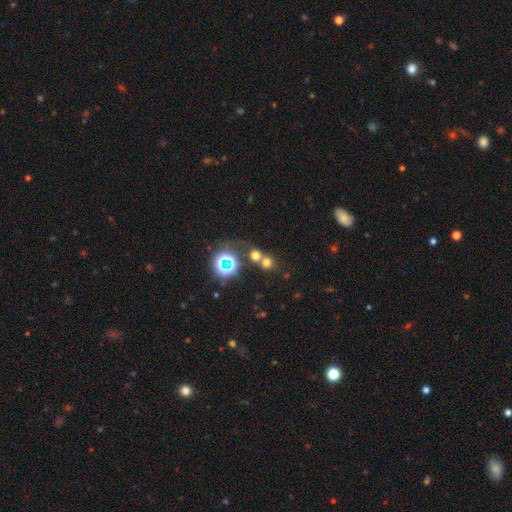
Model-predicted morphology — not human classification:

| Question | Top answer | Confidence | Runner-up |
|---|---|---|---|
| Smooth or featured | smooth | 59% | star or artifact (31%) |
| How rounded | round | 82% | in between (17%) |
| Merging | none | 49% | merger (39%) |